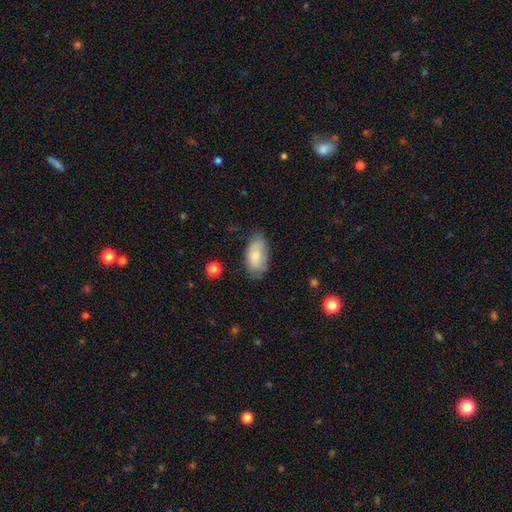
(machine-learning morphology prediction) This is likely a smooth galaxy (75%). How rounded: clearly in between (94%). Merging: likely none (72%).